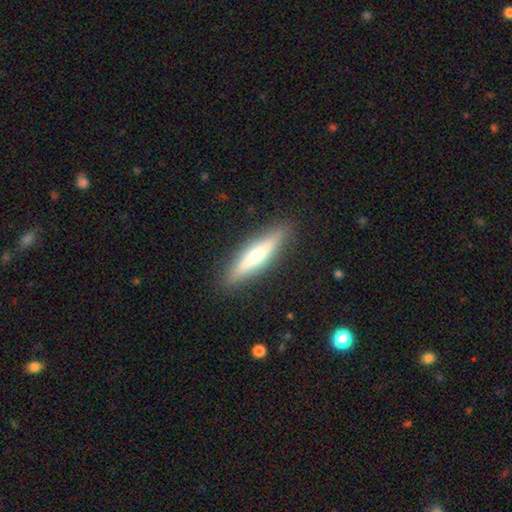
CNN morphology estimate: Q: Smooth or featured?
A: featured or disk (48%); runner-up: smooth (45%)
Q: Merging?
A: none (90%); runner-up: minor disturbance (8%)